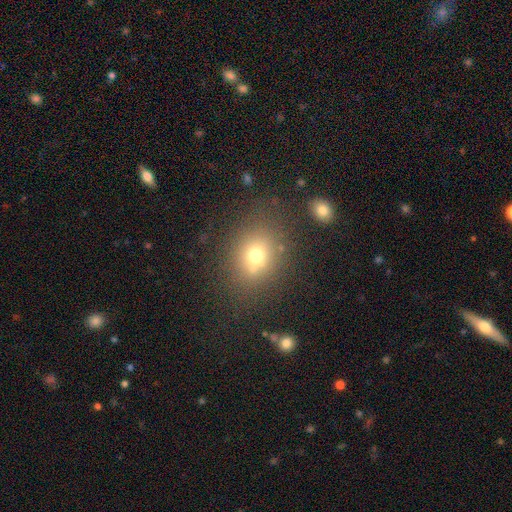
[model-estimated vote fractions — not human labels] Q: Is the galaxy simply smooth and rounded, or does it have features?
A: smooth — 68%.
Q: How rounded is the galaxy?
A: round — 60%.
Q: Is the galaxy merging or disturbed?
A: none — 69%.